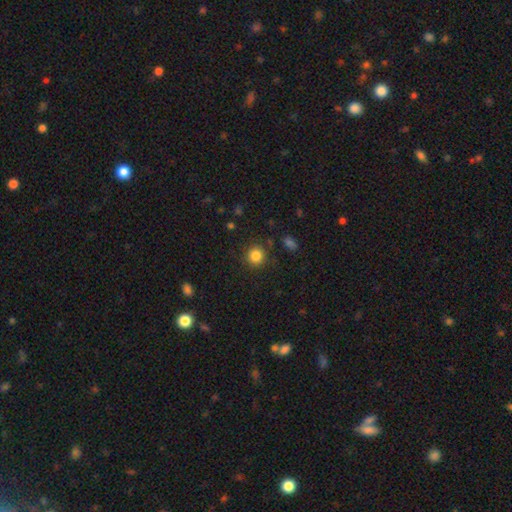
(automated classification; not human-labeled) A smooth galaxy with no disk features (84%) that is round (91%).

Vote fractions:
- Smooth or featured? smooth: 84% / star or artifact: 11% / featured or disk: 4%
- How rounded? round: 91% / in between: 8% / cigar-shaped: 1%
- Merging? none: 87% / minor disturbance: 8% / major disturbance: 3% / merger: 2%